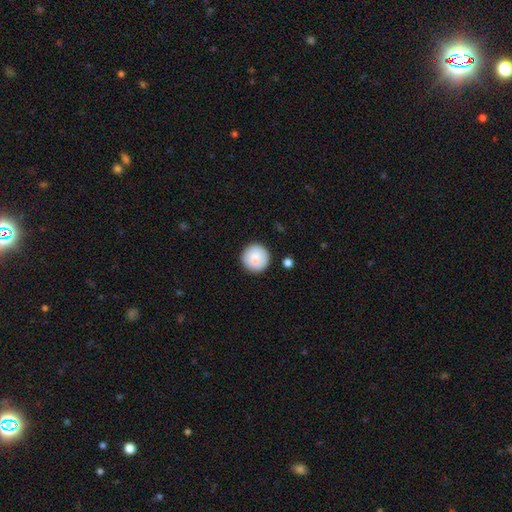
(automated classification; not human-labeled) Morphology: type=smooth (86%); roundness=round (95%); merging=none (90%).